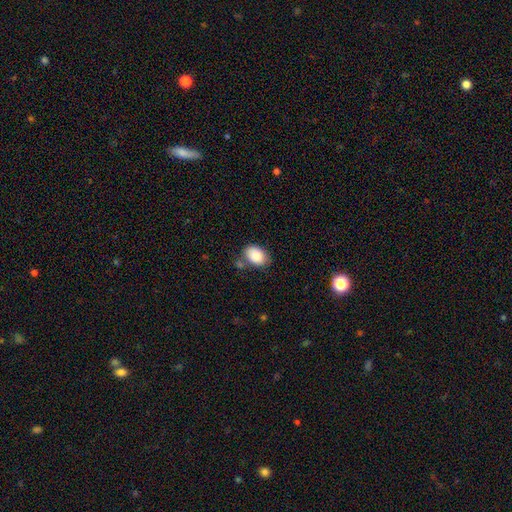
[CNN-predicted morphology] A smooth galaxy with no disk features (87%) that is in between round and cigar-shaped (82%). Merging: none (67%).